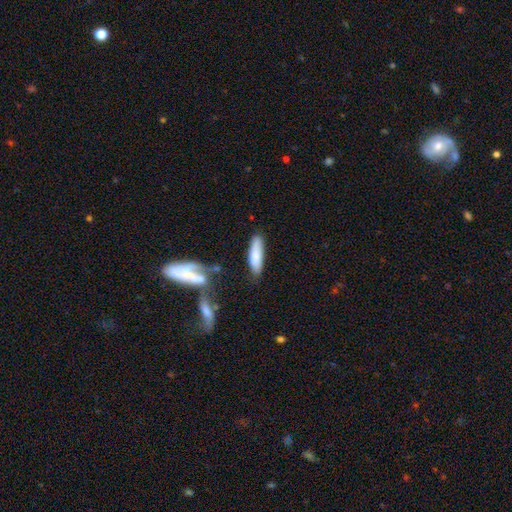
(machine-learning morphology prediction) Q: Smooth or featured?
A: smooth (78%); runner-up: featured or disk (16%)
Q: How rounded?
A: cigar-shaped (63%); runner-up: in between (35%)
Q: Merging?
A: none (65%); runner-up: minor disturbance (18%)